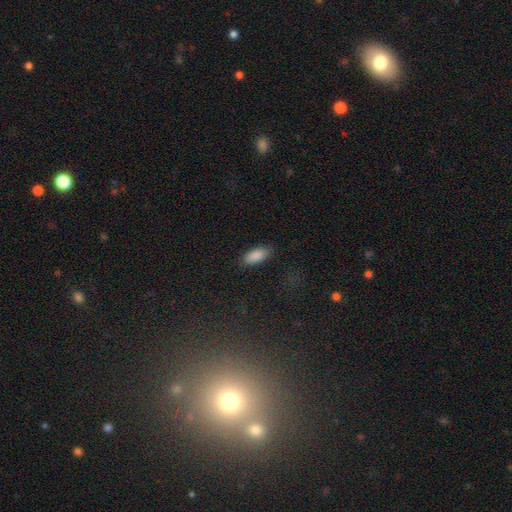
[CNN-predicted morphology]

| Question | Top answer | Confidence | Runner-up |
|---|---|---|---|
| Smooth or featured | smooth | 89% | star or artifact (7%) |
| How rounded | in between | 86% | cigar-shaped (12%) |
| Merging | none | 85% | minor disturbance (11%) |